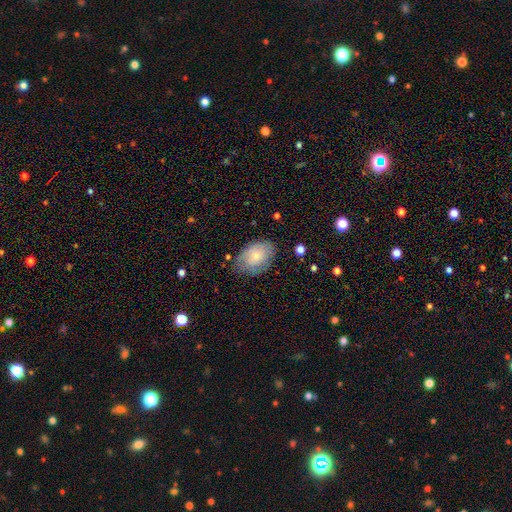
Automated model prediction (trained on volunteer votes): This appears to be a smooth galaxy with no disk features (66%) that is in between round and cigar-shaped (85%). Merging: none (64%).